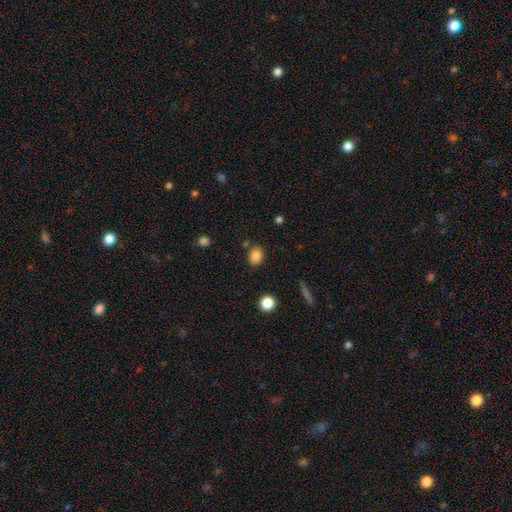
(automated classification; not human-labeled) smooth 85%, star or artifact 10%, featured or disk 5%. Down the decision tree: how rounded — in between (57%); merging — none (79%).